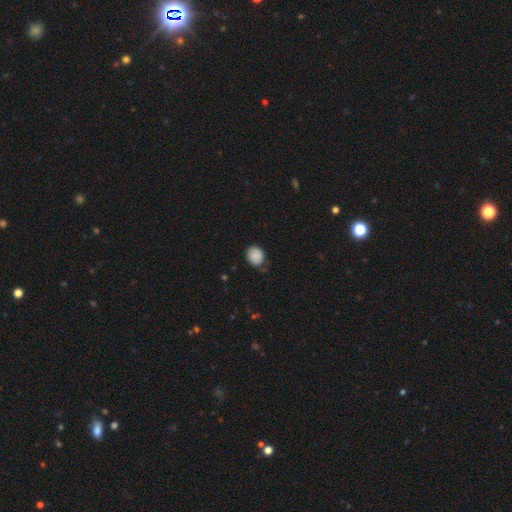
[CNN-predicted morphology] The model was most divided on "how rounded": round: 67%, in between: 32%, cigar-shaped: 1%. More confident: smooth or featured — smooth (88%); merging — none (68%).